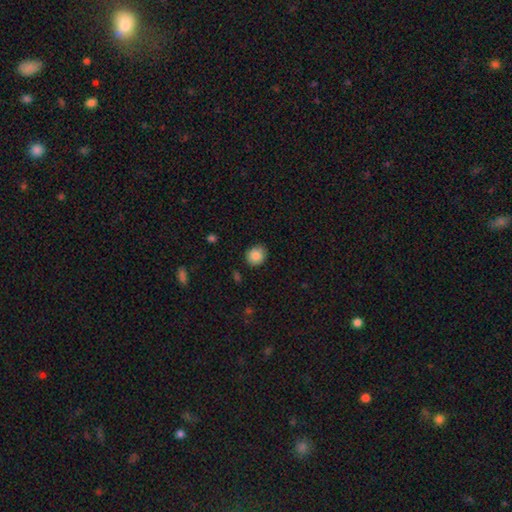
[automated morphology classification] This is clearly a smooth galaxy (87%). How rounded: clearly round (82%). Merging: clearly none (86%).